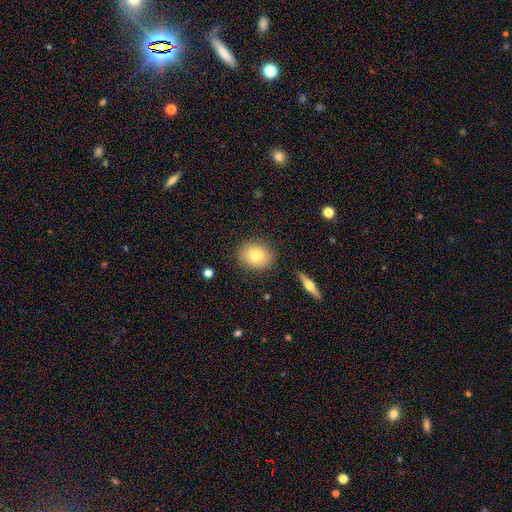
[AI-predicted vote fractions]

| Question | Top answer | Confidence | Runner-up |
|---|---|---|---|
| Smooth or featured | smooth | 77% | featured or disk (14%) |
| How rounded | round | 59% | in between (40%) |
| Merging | none | 86% | minor disturbance (10%) |